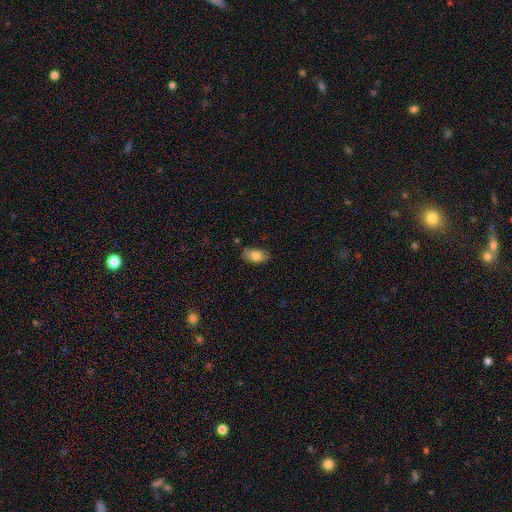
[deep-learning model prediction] A smooth galaxy with no disk features (80%) that is in between round and cigar-shaped (90%). Merging: none (75%).